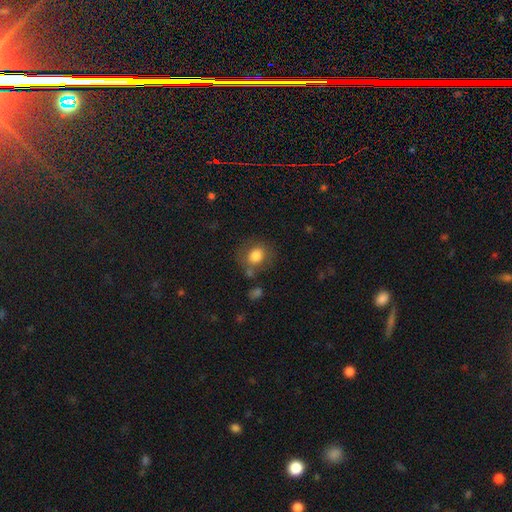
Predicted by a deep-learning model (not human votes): A smooth galaxy with no disk features (80%) that is round (68%).

Vote fractions:
- Smooth or featured? smooth: 80% / featured or disk: 11% / star or artifact: 9%
- How rounded? round: 68% / in between: 31% / cigar-shaped: 1%
- Merging? none: 68% / minor disturbance: 17% / major disturbance: 7% / merger: 7%